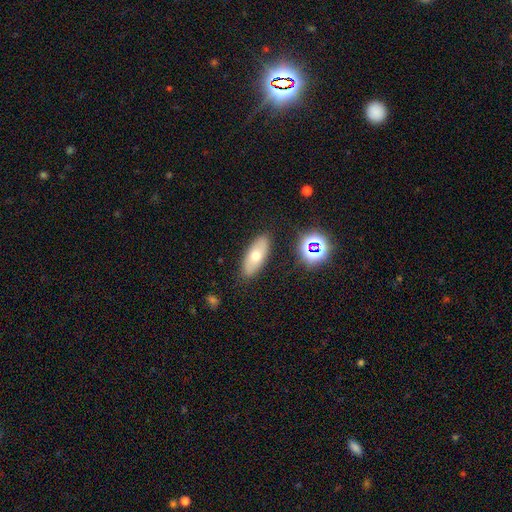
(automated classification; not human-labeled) Smooth or featured?
  - smooth: 61% *
  - featured or disk: 30%
  - star or artifact: 9%
How rounded?
  - in between: 79% *
  - cigar-shaped: 17%
  - round: 4%
Merging?
  - none: 85% *
  - minor disturbance: 10%
  - major disturbance: 2%
  - merger: 2%